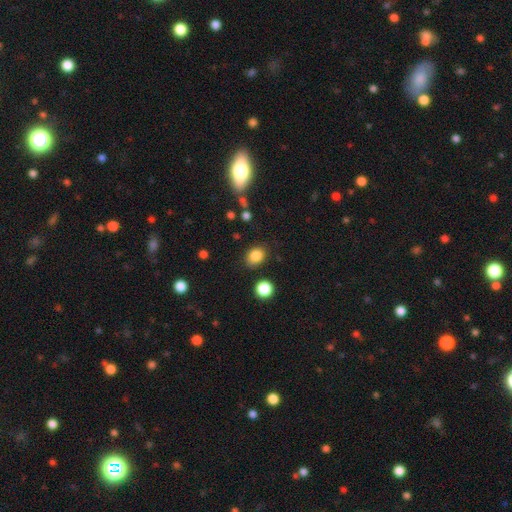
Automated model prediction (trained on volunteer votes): The model was most divided on "how rounded": in between: 53%, round: 46%, cigar-shaped: 1%. More confident: smooth or featured — smooth (84%); merging — none (81%).